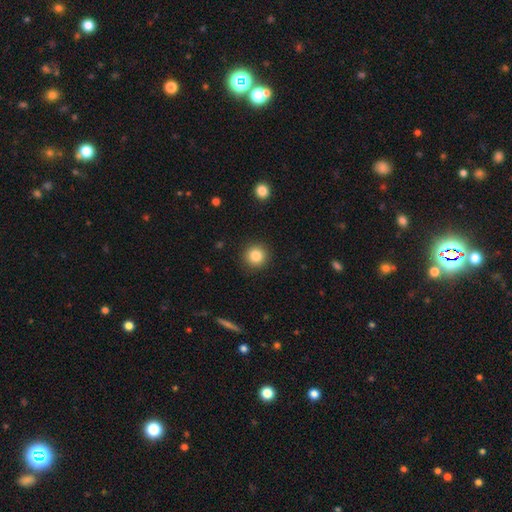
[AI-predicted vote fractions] smooth-or-featured: smooth: 84% | star or artifact: 10% | featured or disk: 6%
  how-rounded: round: 94% | in between: 5% | cigar-shaped: 1%
  merging: none: 91% | minor disturbance: 6% | major disturbance: 2% | merger: 1%